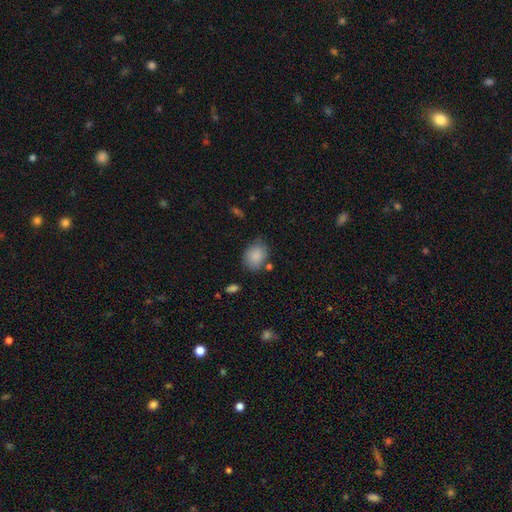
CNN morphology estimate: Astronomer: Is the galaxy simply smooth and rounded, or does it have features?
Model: smooth — 87%.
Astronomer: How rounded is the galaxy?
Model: in between — 62% (runner-up: round, 37%).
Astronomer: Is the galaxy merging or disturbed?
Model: none — 70%.